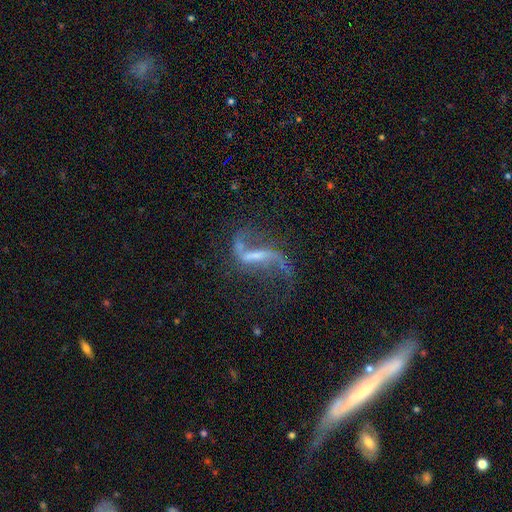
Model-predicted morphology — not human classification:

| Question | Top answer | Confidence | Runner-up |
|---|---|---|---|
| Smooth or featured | featured or disk | 83% | star or artifact (9%) |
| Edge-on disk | no | 91% | yes (9%) |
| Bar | strong | 50% | weak (32%) |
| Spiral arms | yes | 88% | no (12%) |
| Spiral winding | loose | 89% | medium (8%) |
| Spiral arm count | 2 | 83% | 1 (11%) |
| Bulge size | small | 40% | none (37%) |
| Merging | none | 48% | major disturbance (27%) |